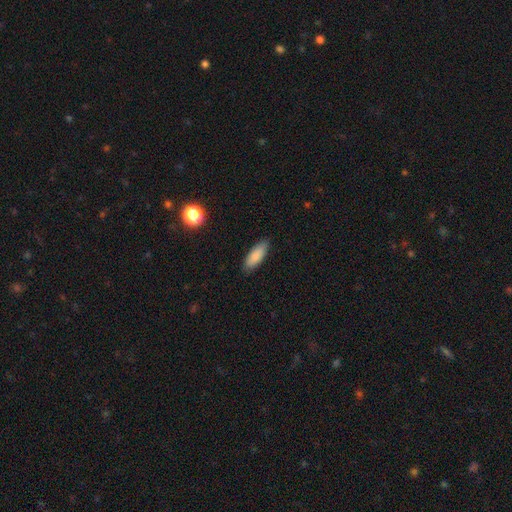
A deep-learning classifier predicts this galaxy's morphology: The model was most divided on "how rounded": in between: 65%, cigar-shaped: 33%, round: 2%. More confident: merging — none (87%); smooth or featured — smooth (86%).